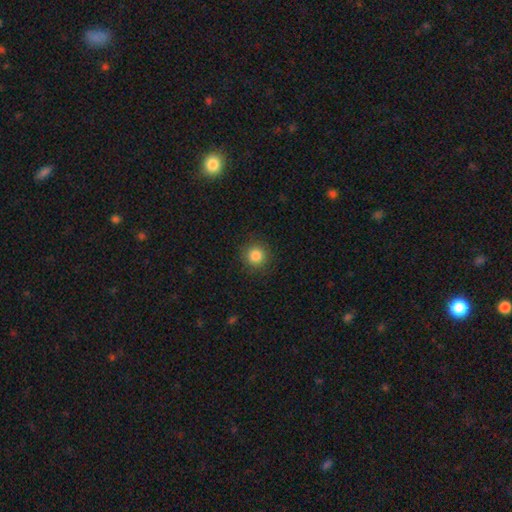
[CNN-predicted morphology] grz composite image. It shows a smooth galaxy with no disk features (85%) that is round (94%). Merging: none (90%).